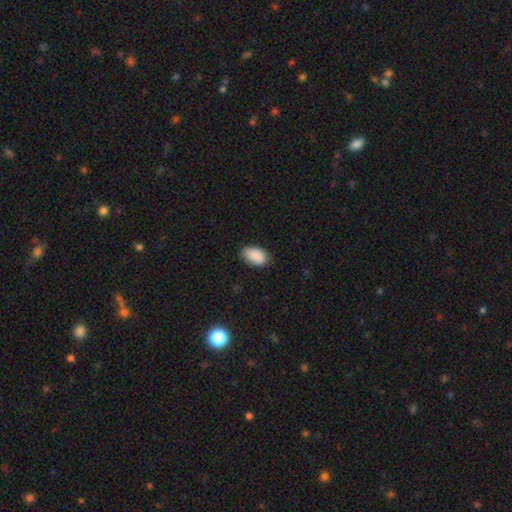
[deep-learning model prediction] smooth 90%, star or artifact 7%, featured or disk 3%. Down the decision tree: how rounded — in between (94%); merging — none (78%).